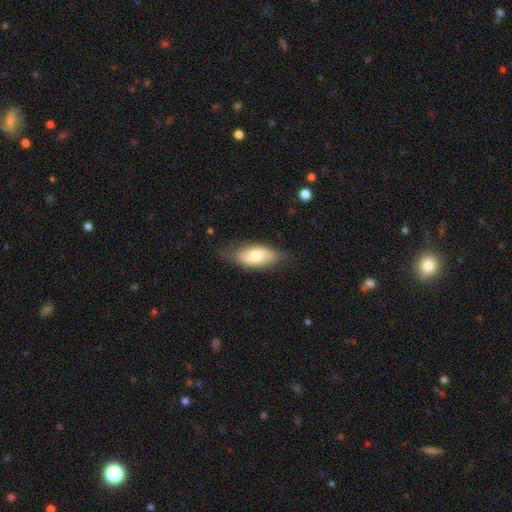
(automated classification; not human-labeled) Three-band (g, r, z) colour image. It shows a smooth galaxy with no disk features (69%) that is in between round and cigar-shaped (88%). Merging: none (69%).